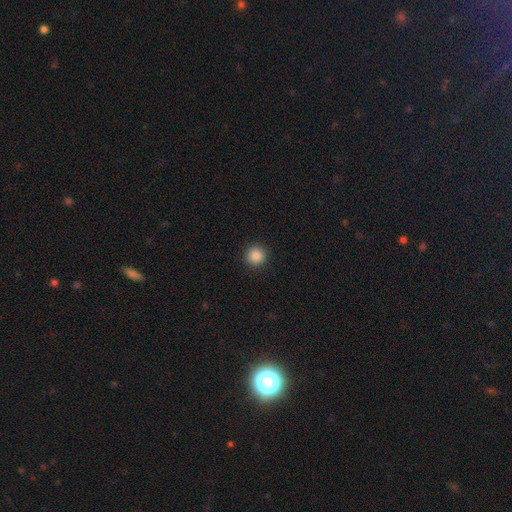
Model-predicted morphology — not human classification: A smooth galaxy with no disk features (87%) that is round (95%).

Vote fractions:
- Smooth or featured? smooth: 87% / star or artifact: 10% / featured or disk: 3%
- How rounded? round: 95% / in between: 4% / cigar-shaped: 1%
- Merging? none: 92% / minor disturbance: 5% / major disturbance: 2% / merger: 1%